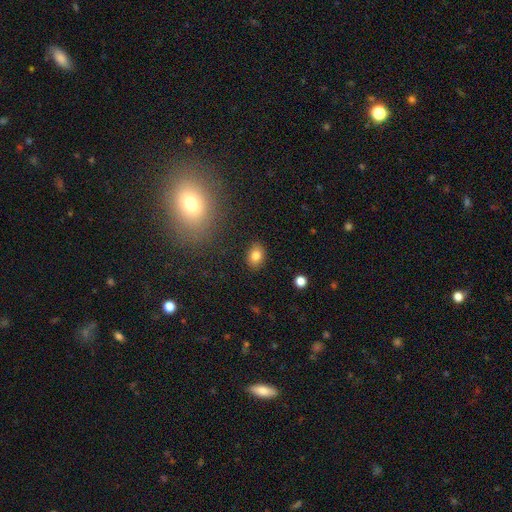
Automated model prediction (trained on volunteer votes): Overall: smooth (81%). How rounded: in between (67%; round 32%). Merging: none (87%).